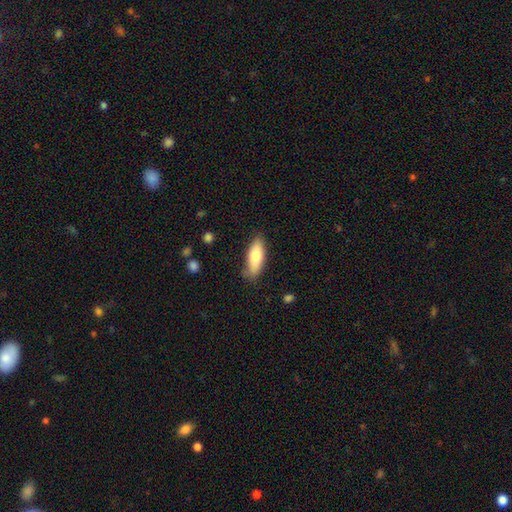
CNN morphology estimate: smooth_or_featured: smooth (p=0.76) [alt: featured or disk p=0.18]
how_rounded: in between (p=0.65) [alt: cigar-shaped p=0.33]
merging: none (p=0.78) [alt: minor disturbance p=0.17]